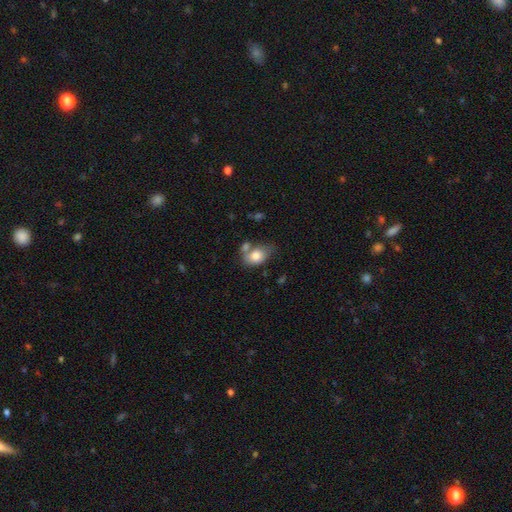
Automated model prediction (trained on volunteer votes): Smooth or featured: smooth — 78% (featured or disk — 14%)
How rounded: in between — 75% (round — 24%)
Merging: none — 40% (merger — 28%)